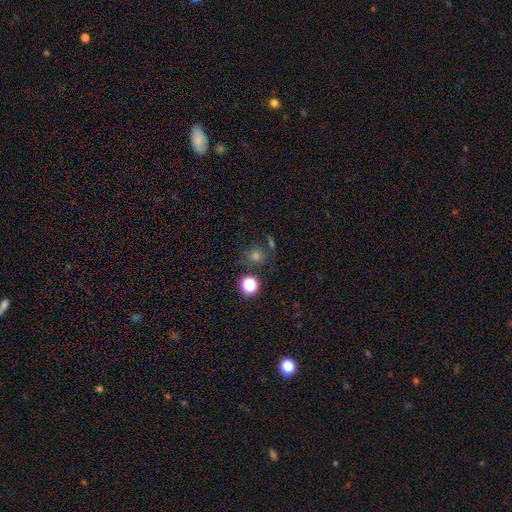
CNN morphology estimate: This is possibly a smooth galaxy (59%). How rounded: clearly round (86%). Merging: likely none (69%).